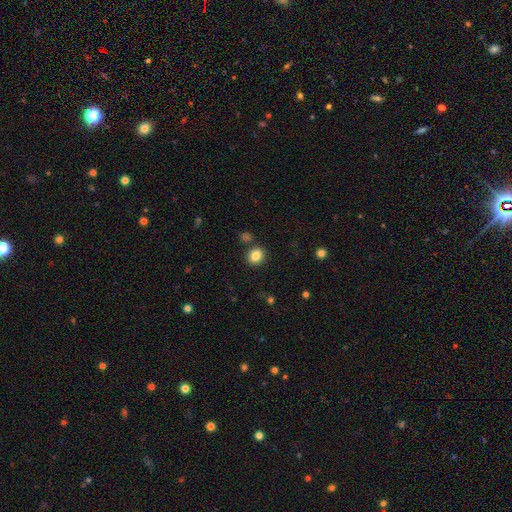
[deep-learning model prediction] Smooth or featured?
  - smooth: 84% *
  - star or artifact: 10%
  - featured or disk: 5%
How rounded?
  - round: 71% *
  - in between: 28%
  - cigar-shaped: 1%
Merging?
  - none: 85% *
  - minor disturbance: 8%
  - merger: 5%
  - major disturbance: 2%